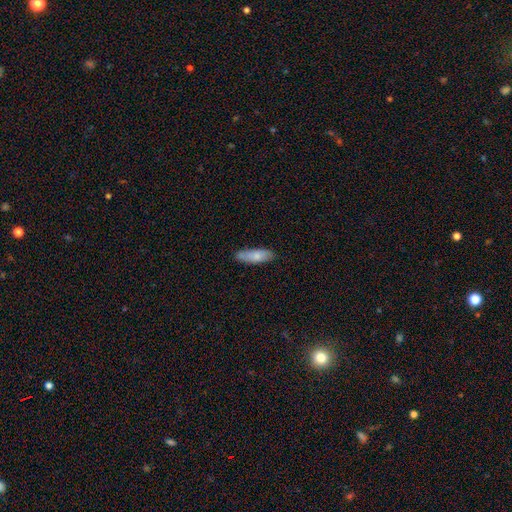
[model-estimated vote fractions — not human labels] This appears to be a smooth galaxy with no disk features (79%) that is in between round and cigar-shaped (58%). Merging: none (76%).